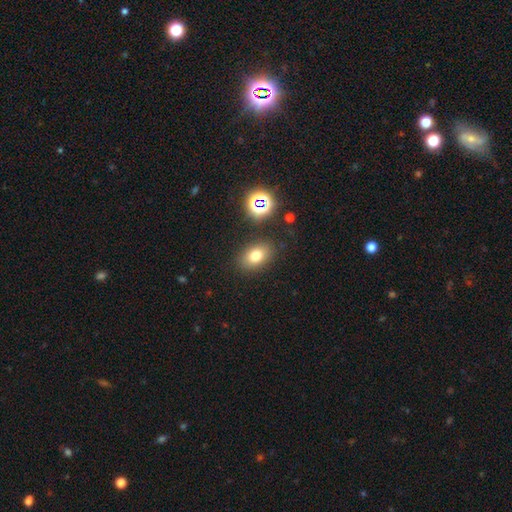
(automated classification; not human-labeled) smooth 74%, star or artifact 15%, featured or disk 11%. Down the decision tree: how rounded — in between (77%); merging — none (85%).